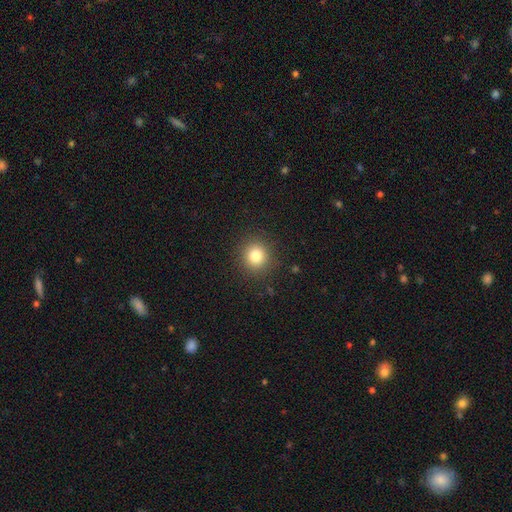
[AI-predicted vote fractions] A smooth galaxy with no disk features (82%) that is round (91%). Merging: none (90%).